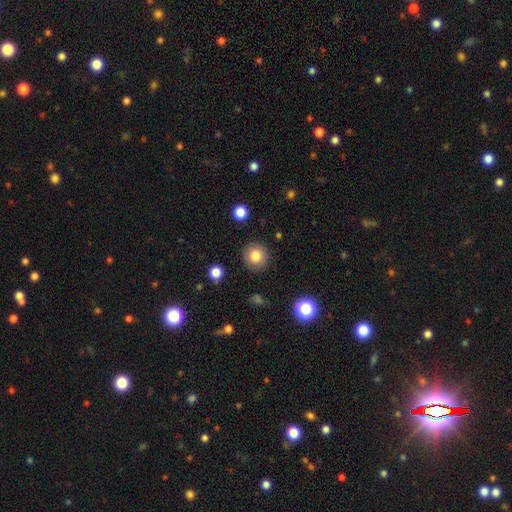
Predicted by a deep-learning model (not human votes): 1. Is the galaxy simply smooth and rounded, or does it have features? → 82% smooth, 10% star or artifact, 8% featured or disk.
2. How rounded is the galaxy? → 93% round, 6% in between, 1% cigar-shaped.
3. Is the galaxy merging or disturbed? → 90% none, 6% minor disturbance, 2% major disturbance, 2% merger.